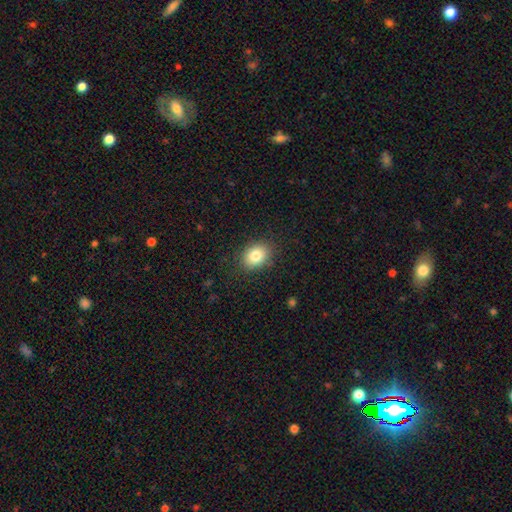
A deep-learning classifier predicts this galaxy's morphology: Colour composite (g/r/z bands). It shows a smooth galaxy with no disk features (83%) that is in between round and cigar-shaped (64%). Merging: none (86%).